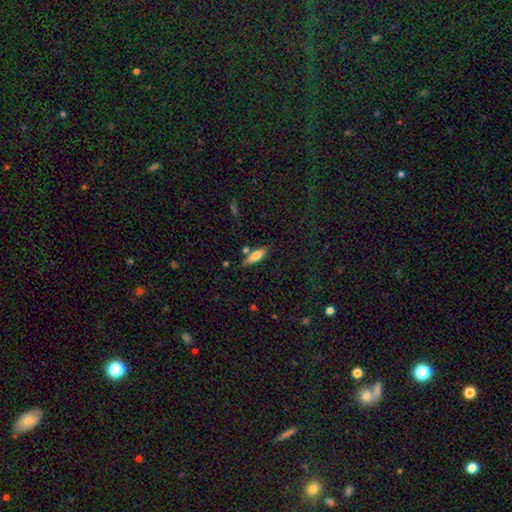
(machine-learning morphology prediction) type=smooth (62%); roundness=cigar-shaped (58%); merging=none (74%).